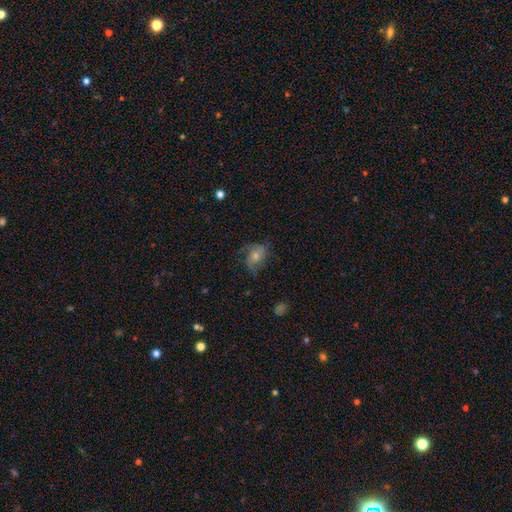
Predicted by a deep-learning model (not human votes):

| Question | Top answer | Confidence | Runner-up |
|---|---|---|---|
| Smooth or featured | featured or disk | 59% | smooth (28%) |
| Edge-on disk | no | 96% | yes (4%) |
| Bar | no | 73% | weak (21%) |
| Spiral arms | yes | 86% | no (14%) |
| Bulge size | moderate | 51% | small (39%) |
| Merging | none | 61% | minor disturbance (23%) |